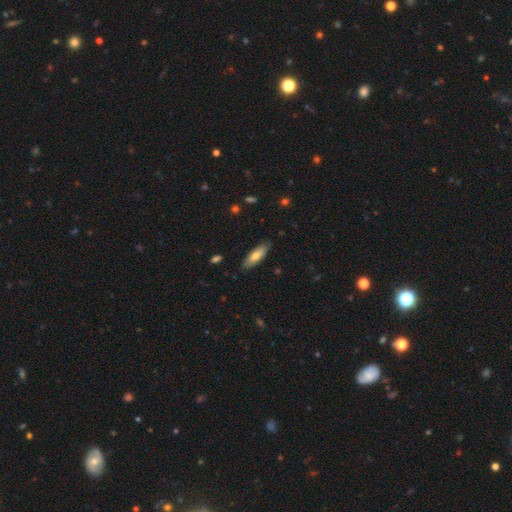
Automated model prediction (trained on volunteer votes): smooth-or-featured: smooth: 70% | featured or disk: 24% | star or artifact: 6%
  how-rounded: in between: 52% | cigar-shaped: 46% | round: 2%
  merging: none: 86% | minor disturbance: 11% | major disturbance: 2% | merger: 1%